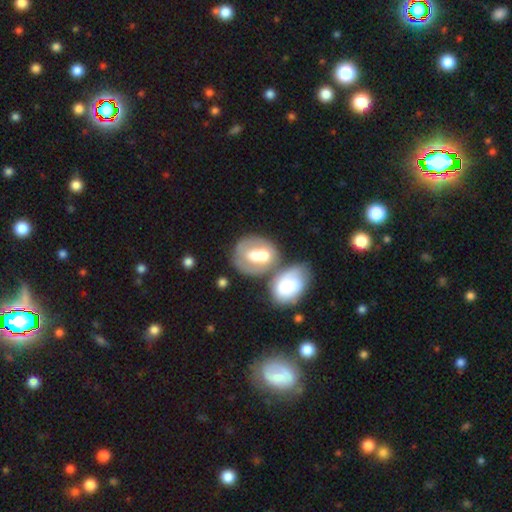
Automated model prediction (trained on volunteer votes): The model was most divided on "smooth or featured": smooth: 47%, featured or disk: 46%, star or artifact: 7%. More confident: merging — merger (52%).